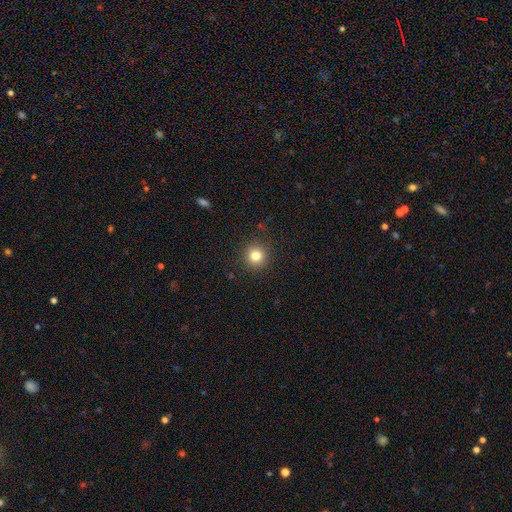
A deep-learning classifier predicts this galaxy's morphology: Smooth or featured? Predicted: smooth (p=0.81). How rounded? Predicted: round (p=0.94). Merging? Predicted: none (p=0.91).